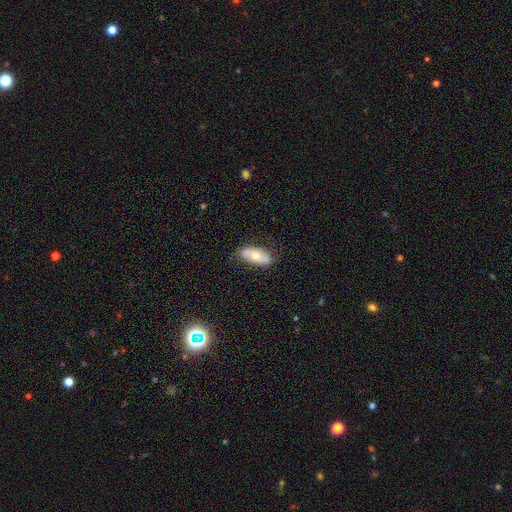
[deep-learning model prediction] smooth-or-featured: smooth: 50% | featured or disk: 43% | star or artifact: 7%
  how-rounded: in between: 85% | cigar-shaped: 11% | round: 3%
  merging: none: 77% | minor disturbance: 18% | major disturbance: 4% | merger: 1%